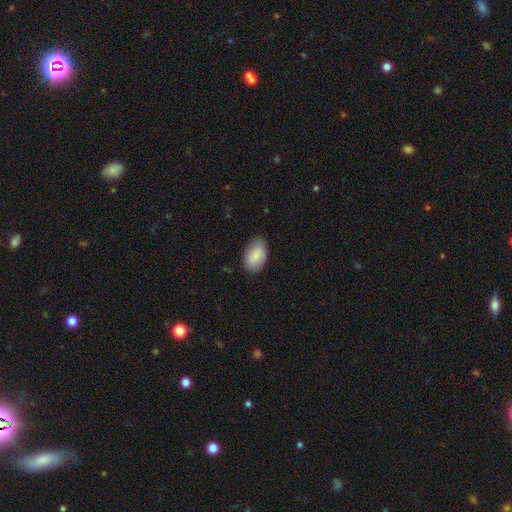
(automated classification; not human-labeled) smooth_or_featured: smooth (p=0.85) [alt: featured or disk p=0.09]
how_rounded: in between (p=0.93) [alt: round p=0.06]
merging: none (p=0.76) [alt: minor disturbance p=0.19]